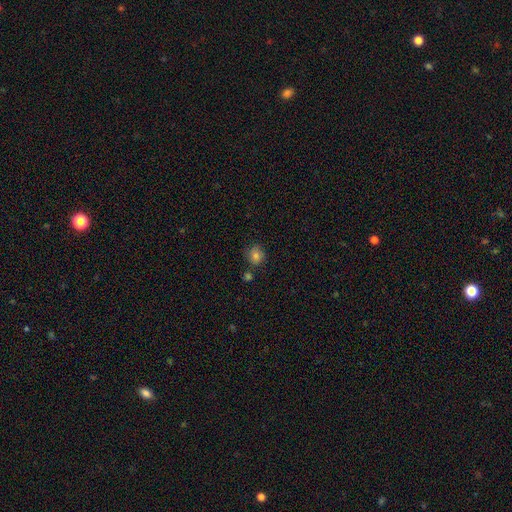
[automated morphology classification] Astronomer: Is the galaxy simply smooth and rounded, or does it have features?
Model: smooth — 80%.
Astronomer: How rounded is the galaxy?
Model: round — 79%.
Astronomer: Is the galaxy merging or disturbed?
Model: none — 74%.